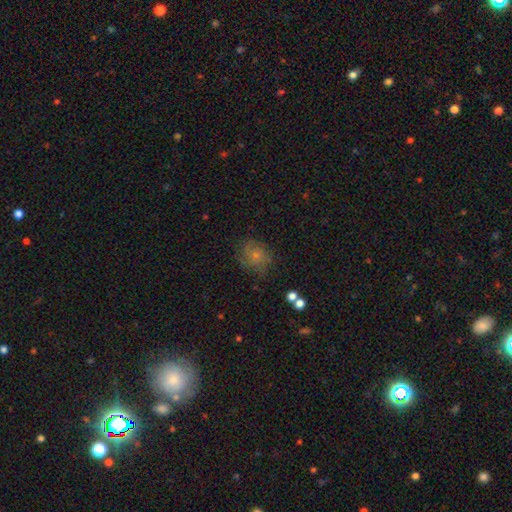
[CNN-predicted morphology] This appears to be a smooth galaxy with no disk features (64%) that is round (72%). Merging: none (68%).